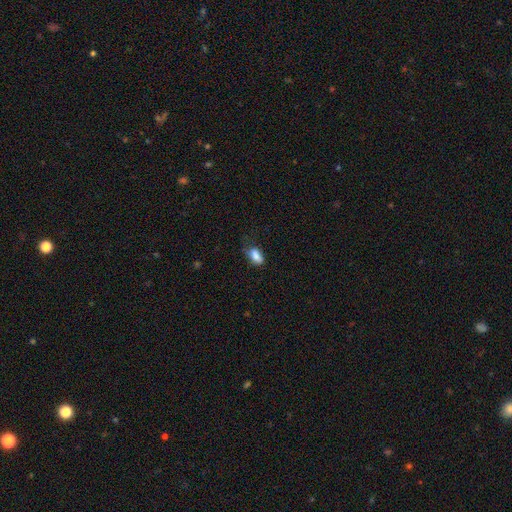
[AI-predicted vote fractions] This is clearly a smooth galaxy (82%). How rounded: clearly in between (89%). Merging: possibly none (48%).